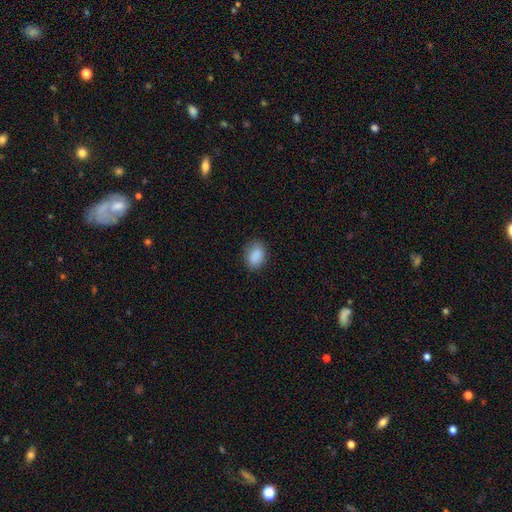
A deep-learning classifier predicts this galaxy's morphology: Overall: smooth (89%). How rounded: in between (76%). Merging: none (81%).